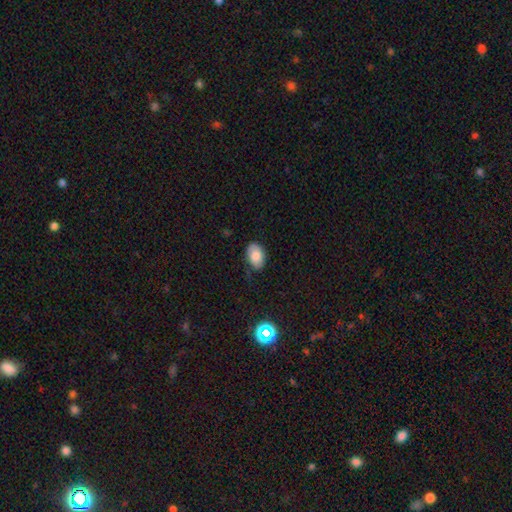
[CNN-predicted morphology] This is likely a smooth galaxy (78%). How rounded: clearly in between (88%). Merging: likely none (65%).